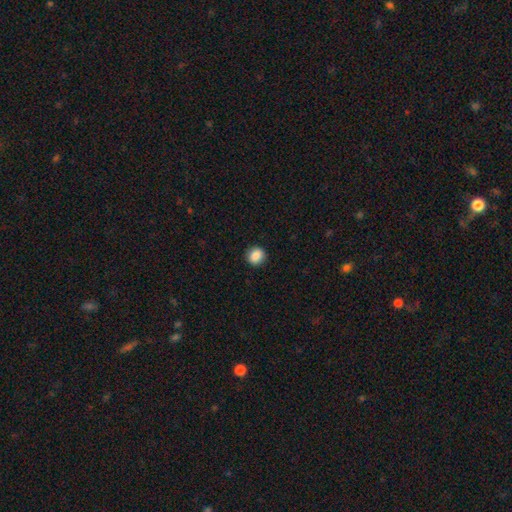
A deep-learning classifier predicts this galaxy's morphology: Smooth or featured: smooth — 87% (star or artifact — 9%)
How rounded: round — 84% (in between — 15%)
Merging: none — 91% (minor disturbance — 6%)